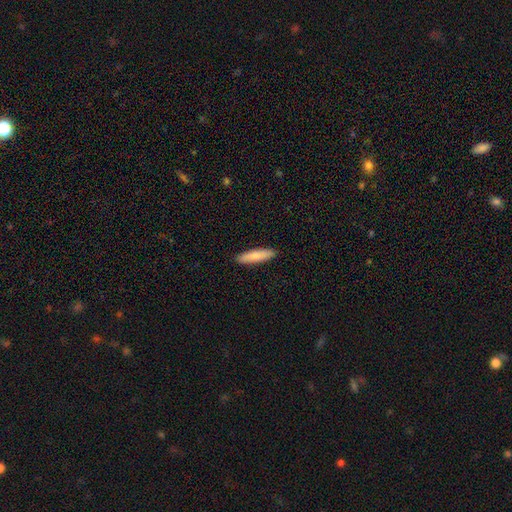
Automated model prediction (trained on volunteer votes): This is clearly a smooth galaxy (81%). How rounded: likely cigar-shaped (79%). Merging: clearly none (91%).